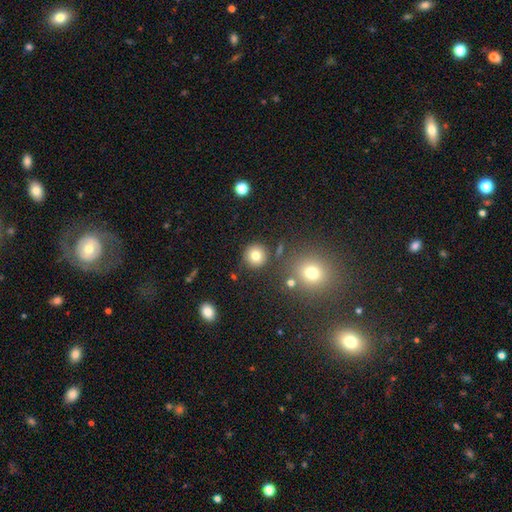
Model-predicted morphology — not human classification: Smooth or featured? smooth (80%)
How rounded? round (94%)
Merging? none (86%)